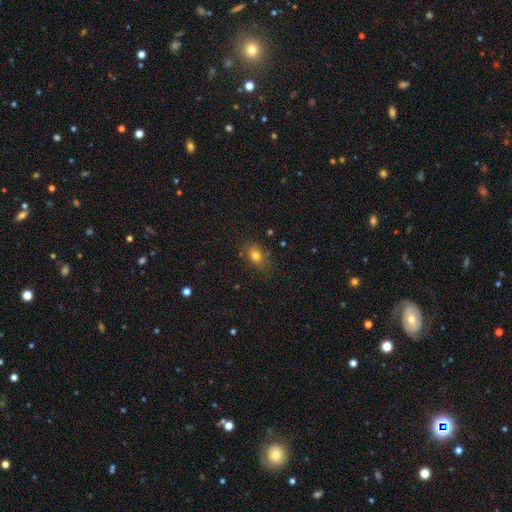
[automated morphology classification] This is likely a smooth galaxy (78%). How rounded: likely in between (72%). Merging: likely none (75%).